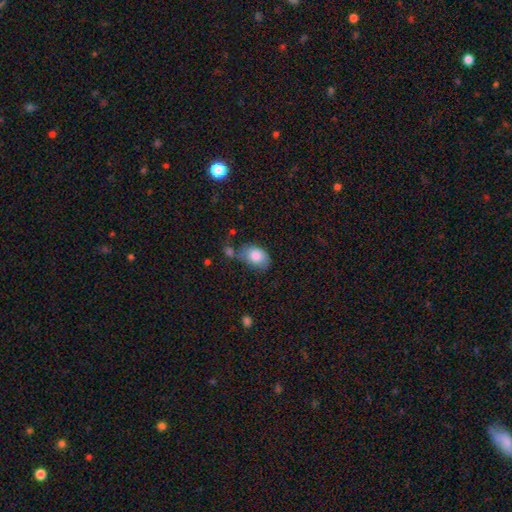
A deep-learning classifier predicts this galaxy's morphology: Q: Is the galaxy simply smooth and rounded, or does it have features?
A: smooth — 83%.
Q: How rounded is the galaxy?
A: in between — 83%.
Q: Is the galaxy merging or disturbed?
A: none — 44%.